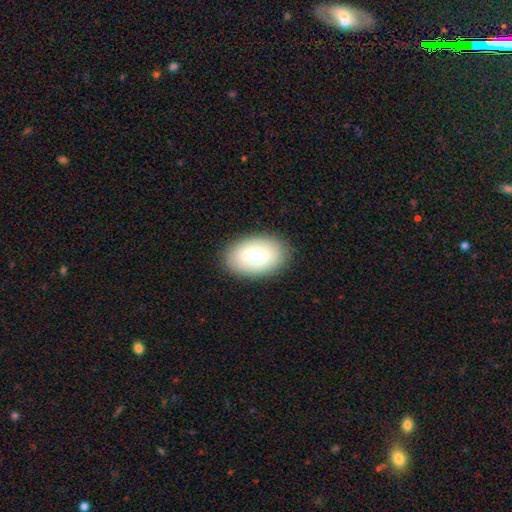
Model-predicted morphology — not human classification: Q: Smooth or featured?
A: smooth (51%); runner-up: featured or disk (41%)
Q: How rounded?
A: in between (88%); runner-up: round (10%)
Q: Merging?
A: none (86%); runner-up: minor disturbance (10%)